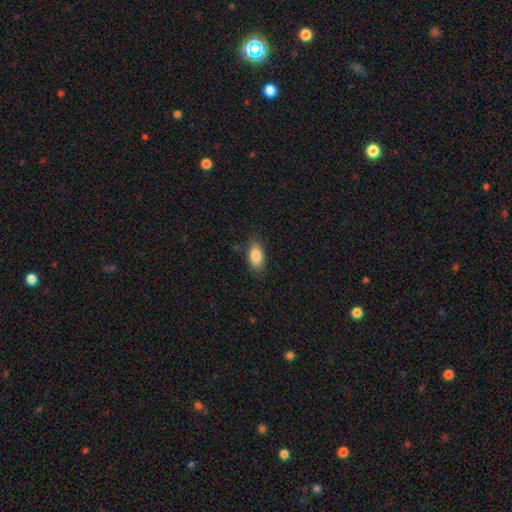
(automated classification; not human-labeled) Smooth or featured? smooth (85%)
How rounded? in between (91%)
Merging? none (84%)